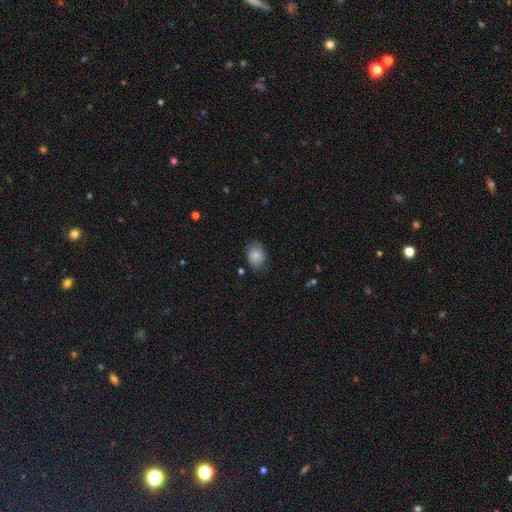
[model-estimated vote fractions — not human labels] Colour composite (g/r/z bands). It shows a smooth galaxy with no disk features (79%) that is in between round and cigar-shaped (62%). Merging: none (74%).